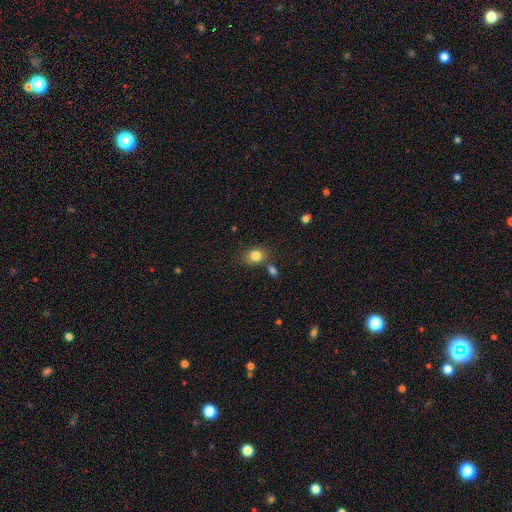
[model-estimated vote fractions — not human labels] Smooth or featured?
  - smooth: 82% *
  - star or artifact: 11%
  - featured or disk: 8%
How rounded?
  - round: 55% *
  - in between: 44%
  - cigar-shaped: 1%
Merging?
  - none: 66% *
  - minor disturbance: 15%
  - merger: 14%
  - major disturbance: 5%